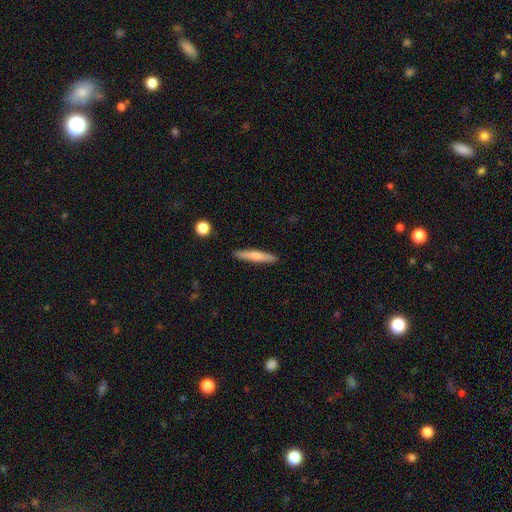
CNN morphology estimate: Smooth or featured? smooth (65%)
How rounded? cigar-shaped (93%)
Merging? none (90%)